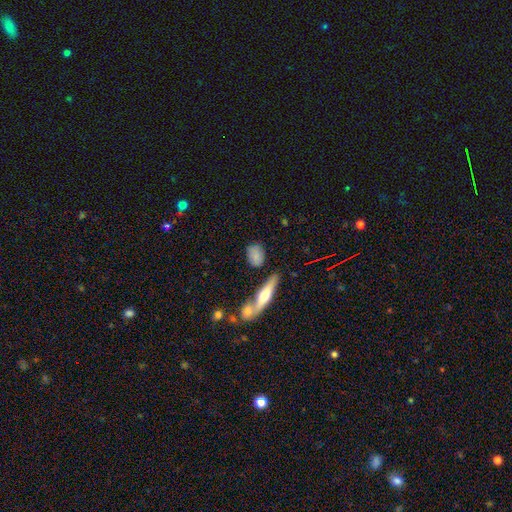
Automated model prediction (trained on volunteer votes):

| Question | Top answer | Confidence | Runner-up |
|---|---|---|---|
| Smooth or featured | smooth | 76% | featured or disk (16%) |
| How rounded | in between | 74% | round (19%) |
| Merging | none | 71% | minor disturbance (15%) |